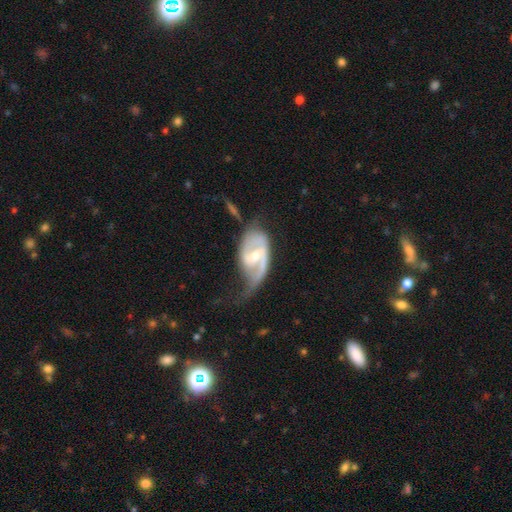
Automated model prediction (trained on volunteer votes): Morphology: type=featured or disk (87%); edge-on=no (97%); bar=weak (54%); spiral arms=yes (95%); winding=medium (48%); arm count=2 (77%); bulge=moderate (51%); merging=none (39%).